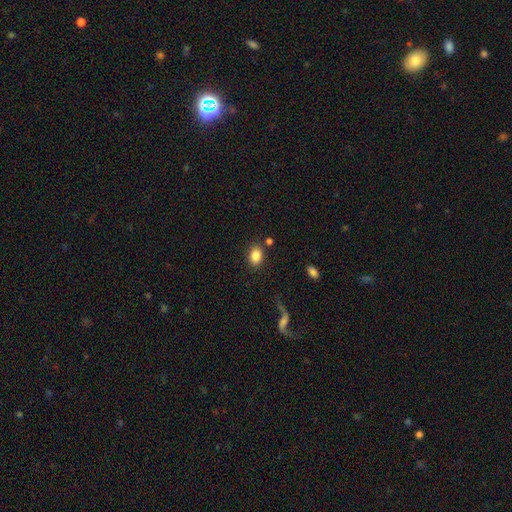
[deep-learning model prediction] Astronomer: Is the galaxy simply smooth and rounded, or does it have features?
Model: smooth — 85%.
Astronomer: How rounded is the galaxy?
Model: in between — 72%.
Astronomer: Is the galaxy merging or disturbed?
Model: none — 82%.